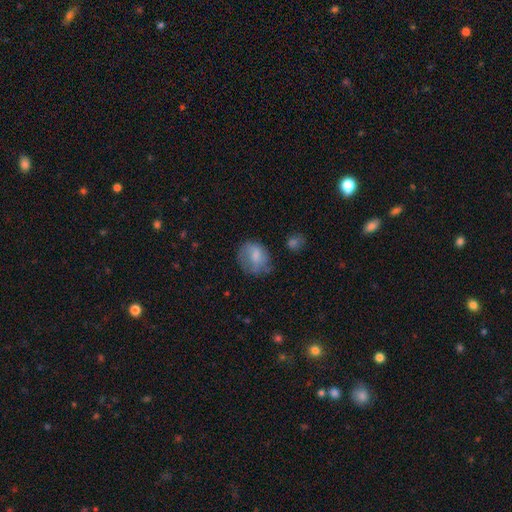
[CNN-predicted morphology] Smooth or featured? Predicted: smooth (p=0.69). How rounded? Predicted: round (p=0.60). Merging? Predicted: none (p=0.54).